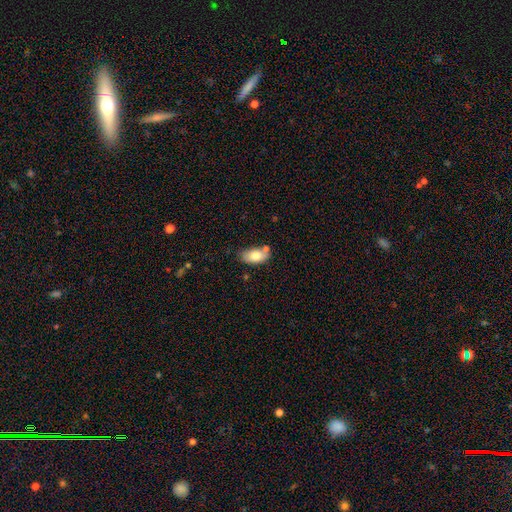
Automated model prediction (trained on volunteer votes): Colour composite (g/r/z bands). It shows a smooth galaxy with no disk features (79%) that is in between round and cigar-shaped (92%). Merging: none (65%).